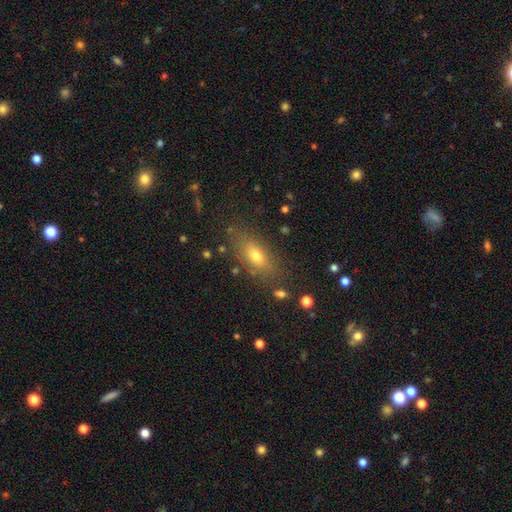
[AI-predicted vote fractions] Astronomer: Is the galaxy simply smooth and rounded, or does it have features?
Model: smooth — 68%.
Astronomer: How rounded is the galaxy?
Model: in between — 75%.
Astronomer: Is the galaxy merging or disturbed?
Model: none — 80%.